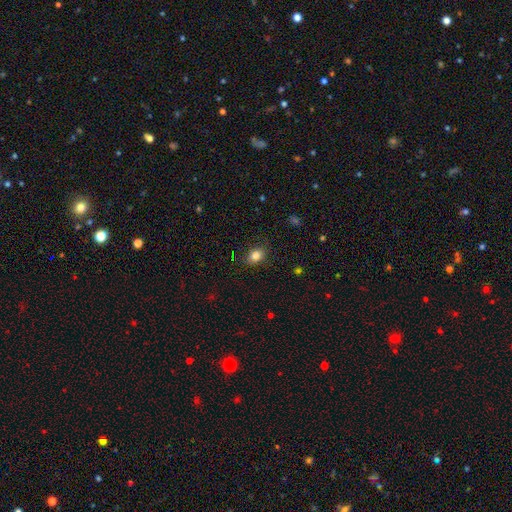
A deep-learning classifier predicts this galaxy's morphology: This appears to be a smooth galaxy with no disk features (83%) that is in between round and cigar-shaped (72%). Merging: none (84%).